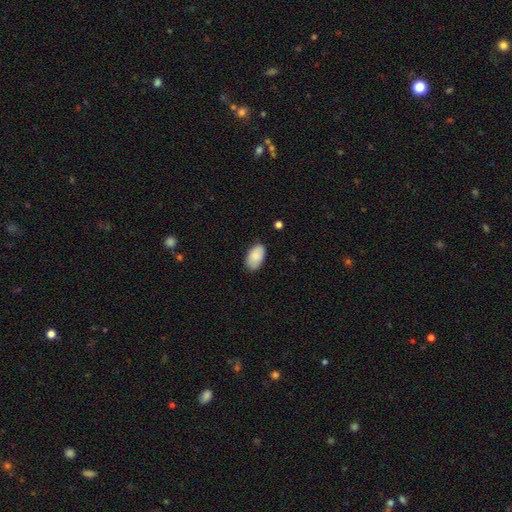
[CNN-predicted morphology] Smooth or featured?
  - smooth: 86% *
  - featured or disk: 8%
  - star or artifact: 7%
How rounded?
  - in between: 94% *
  - round: 4%
  - cigar-shaped: 1%
Merging?
  - none: 79% *
  - minor disturbance: 17%
  - major disturbance: 3%
  - merger: 1%